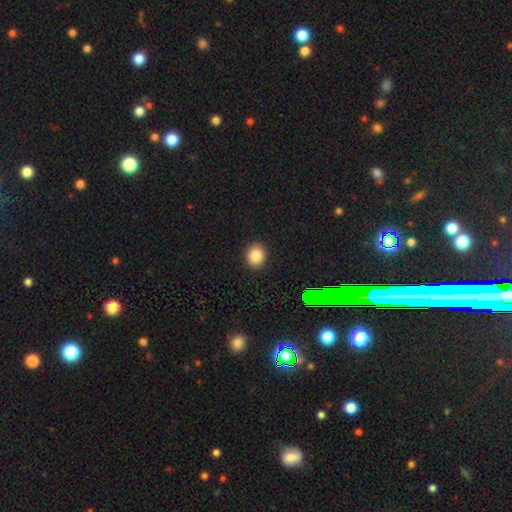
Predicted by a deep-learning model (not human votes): A smooth galaxy with no disk features (84%) that is round (69%). Merging: none (91%).